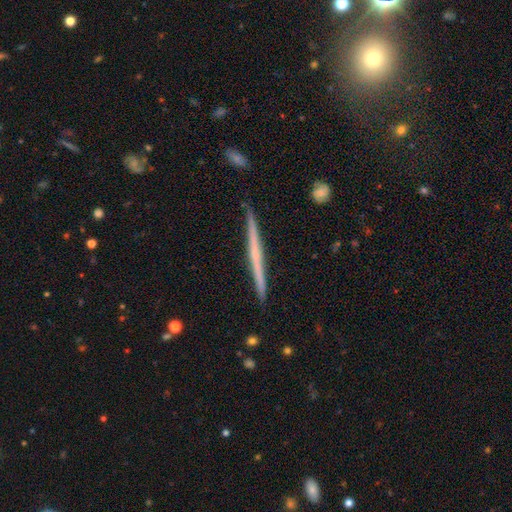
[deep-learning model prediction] Smooth or featured? Predicted: featured or disk (p=0.63). Edge-on disk? Predicted: yes (p=0.98). Edge-on bulge? Predicted: none (p=0.73). Merging? Predicted: none (p=0.91).